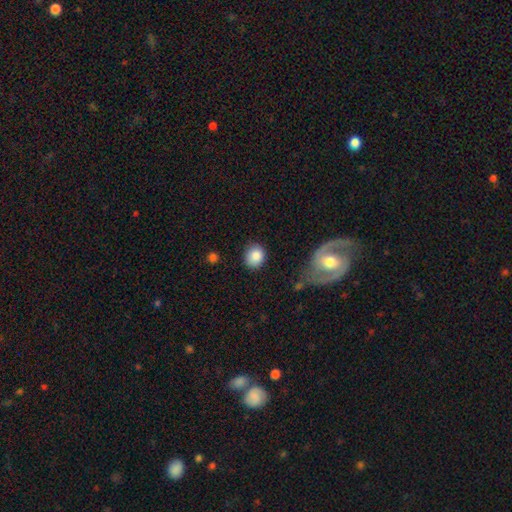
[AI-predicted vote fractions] Morphology: type=smooth (86%); roundness=round (77%); merging=none (82%).